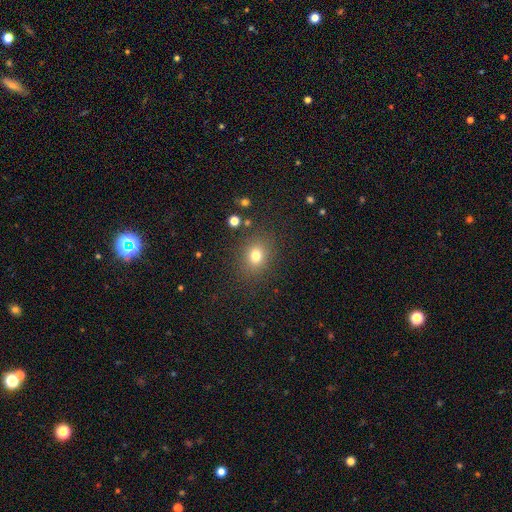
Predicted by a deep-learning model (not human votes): This is likely a smooth galaxy (77%). How rounded: possibly round (56%). Merging: clearly none (84%).